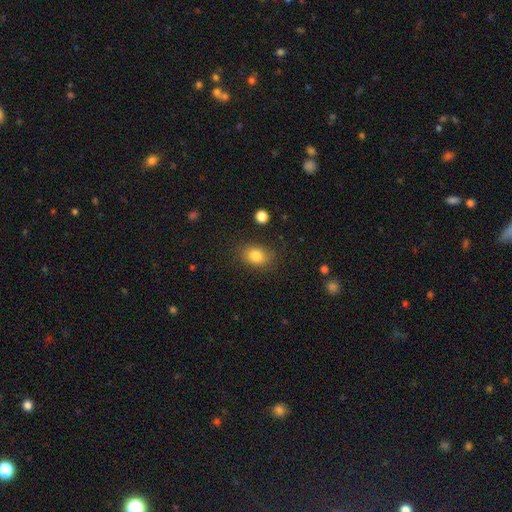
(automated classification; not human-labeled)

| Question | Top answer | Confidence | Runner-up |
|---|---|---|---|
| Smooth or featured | smooth | 83% | star or artifact (10%) |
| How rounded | in between | 72% | round (27%) |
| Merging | none | 82% | minor disturbance (12%) |